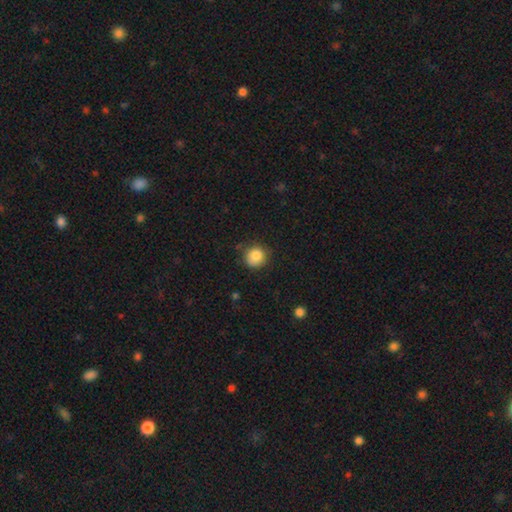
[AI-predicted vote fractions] smooth_or_featured: smooth (p=0.84) [alt: star or artifact p=0.10]
how_rounded: round (p=0.90) [alt: in between p=0.09]
merging: none (p=0.78) [alt: minor disturbance p=0.17]